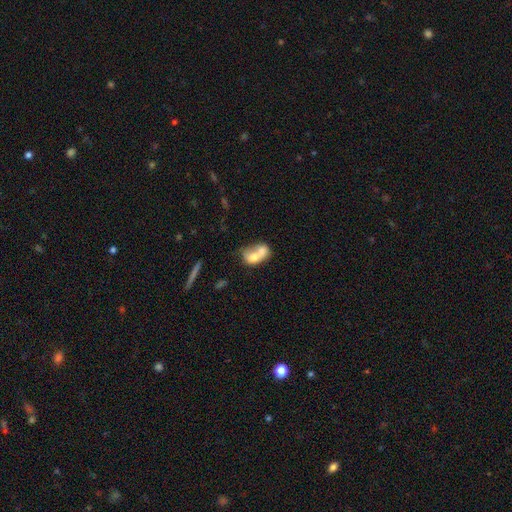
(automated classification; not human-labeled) Smooth or featured? Predicted: smooth (p=0.63). How rounded? Predicted: in between (p=0.70). Merging? Predicted: merger (p=0.73).